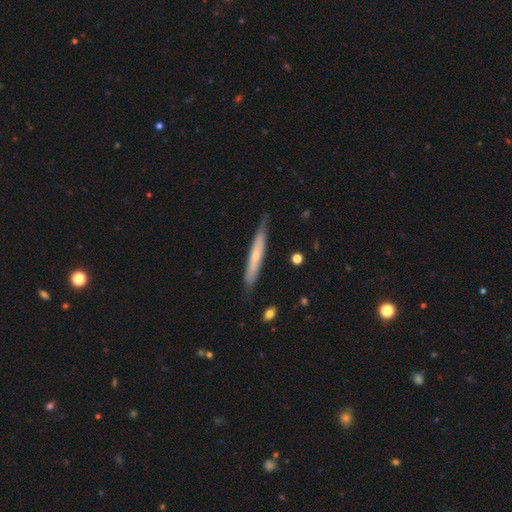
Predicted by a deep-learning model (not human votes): This appears to be a featured or disk galaxy (51%) viewed edge-on (86%). Merging: none (79%).